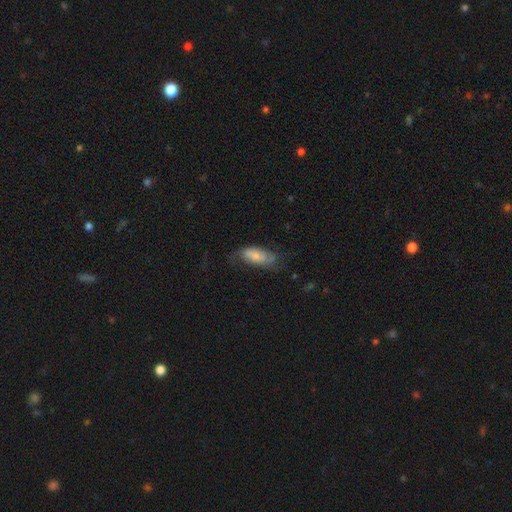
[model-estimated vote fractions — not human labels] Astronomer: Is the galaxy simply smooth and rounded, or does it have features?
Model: smooth — 52% (runner-up: featured or disk, 41%).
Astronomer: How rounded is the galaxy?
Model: in between — 82%.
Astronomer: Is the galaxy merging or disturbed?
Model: none — 51% (runner-up: minor disturbance, 28%).